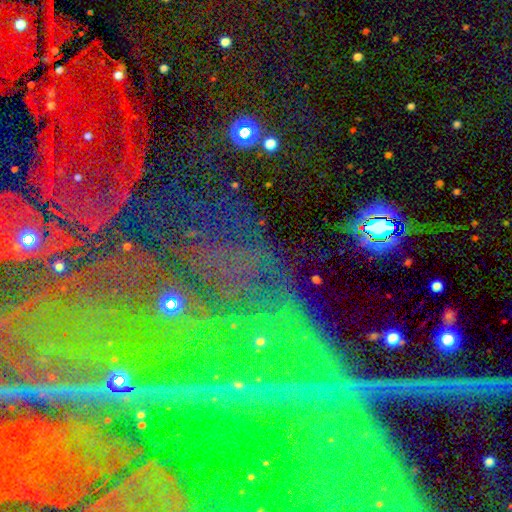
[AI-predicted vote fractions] smooth-or-featured: star or artifact: 74% | featured or disk: 15% | smooth: 11%